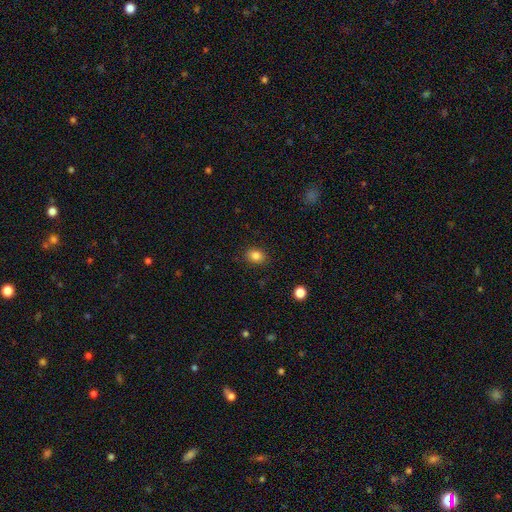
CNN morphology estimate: A smooth galaxy with no disk features (84%) that is in between round and cigar-shaped (61%). Merging: none (87%).